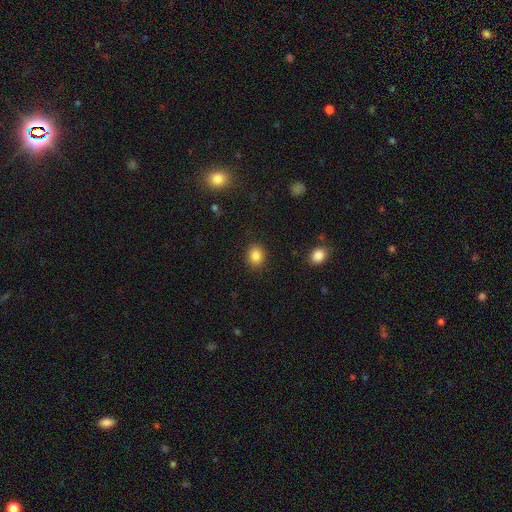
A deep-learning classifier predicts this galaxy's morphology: smooth_or_featured: smooth (p=0.86) [alt: star or artifact p=0.10]
how_rounded: round (p=0.59) [alt: in between p=0.40]
merging: none (p=0.89) [alt: minor disturbance p=0.07]